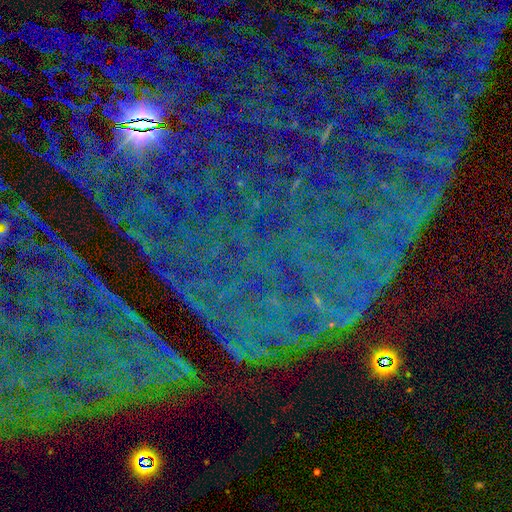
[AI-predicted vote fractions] Smooth or featured? star or artifact (82%)